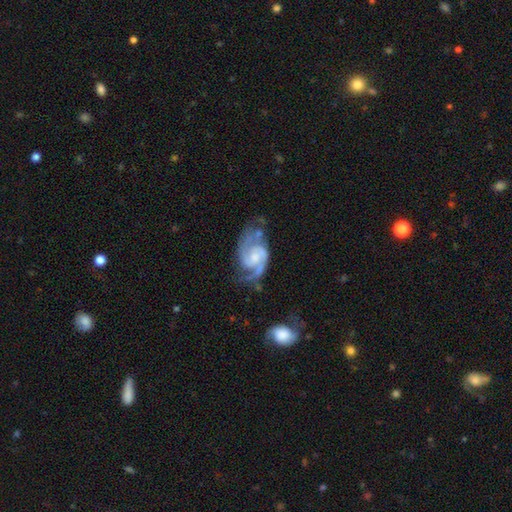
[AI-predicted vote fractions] A featured or disk galaxy (90%) with no bar (50%), 2 (86%) medium (54%) spiral arms (98%) and a small central bulge (40%). Merging: none (57%).